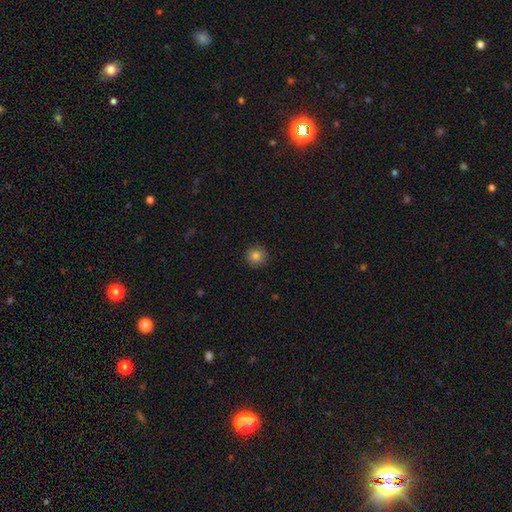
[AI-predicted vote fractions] A smooth galaxy with no disk features (83%) that is round (94%).

Vote fractions:
- Smooth or featured? smooth: 83% / star or artifact: 11% / featured or disk: 6%
- How rounded? round: 94% / in between: 5% / cigar-shaped: 1%
- Merging? none: 91% / minor disturbance: 7% / major disturbance: 2% / merger: 1%